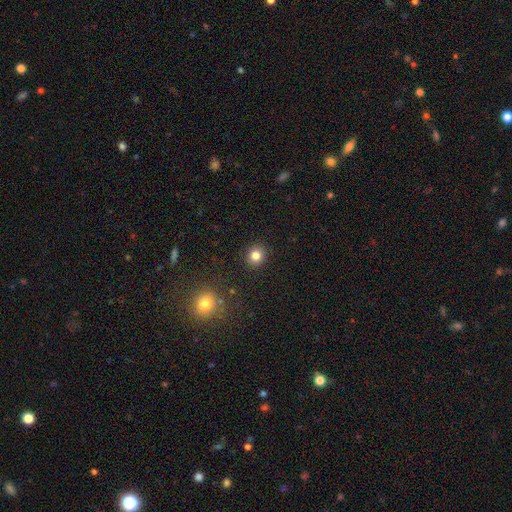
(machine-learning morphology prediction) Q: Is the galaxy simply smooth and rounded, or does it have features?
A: smooth — 82%.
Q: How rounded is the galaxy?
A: round — 84%.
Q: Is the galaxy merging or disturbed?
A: none — 91%.